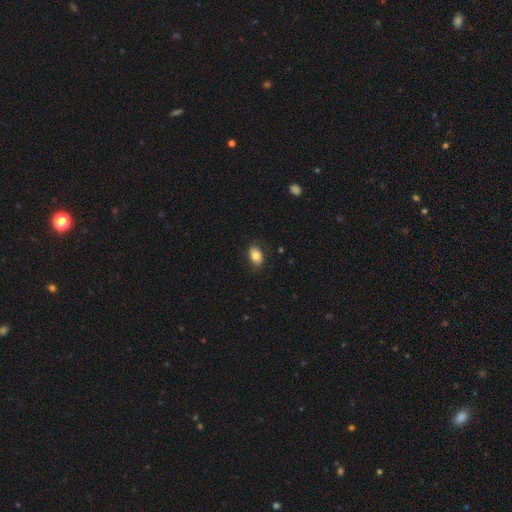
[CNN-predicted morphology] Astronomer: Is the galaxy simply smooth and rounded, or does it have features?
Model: smooth — 81%.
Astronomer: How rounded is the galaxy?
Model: in between — 86%.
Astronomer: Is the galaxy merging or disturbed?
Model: none — 84%.